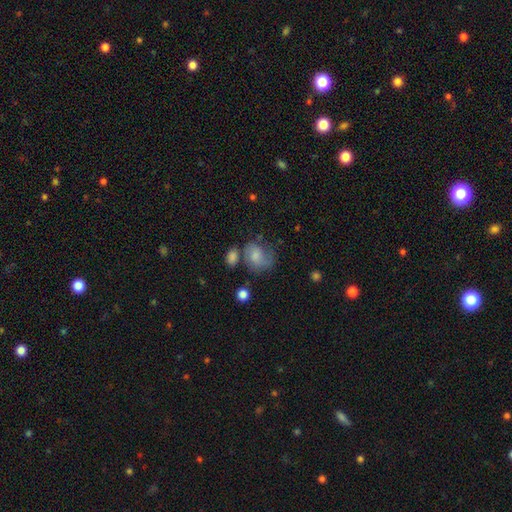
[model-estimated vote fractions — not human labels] smooth 51%, featured or disk 36%, star or artifact 13%. Down the decision tree: how rounded — in between (50%); merging — none (44%).